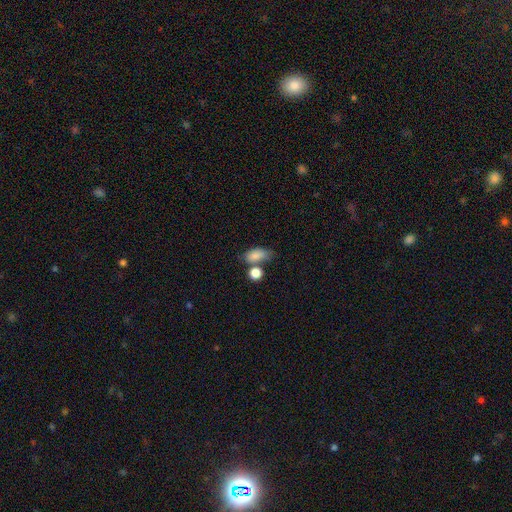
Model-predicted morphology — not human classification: Smooth or featured? Predicted: smooth (p=0.83). How rounded? Predicted: in between (p=0.83). Merging? Predicted: none (p=0.47).